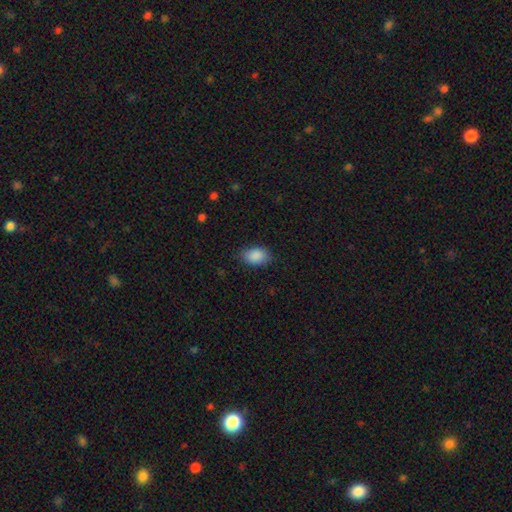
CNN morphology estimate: Smooth or featured: smooth — 89% (star or artifact — 7%)
How rounded: in between — 87% (round — 11%)
Merging: none — 82% (minor disturbance — 14%)